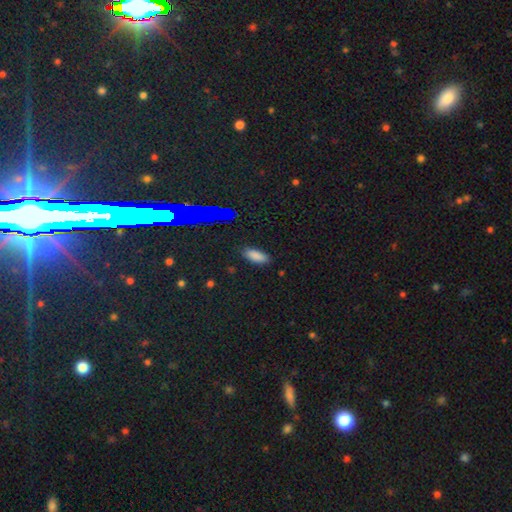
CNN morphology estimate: smooth 82%, star or artifact 13%, featured or disk 5%. Down the decision tree: how rounded — in between (79%); merging — none (86%).